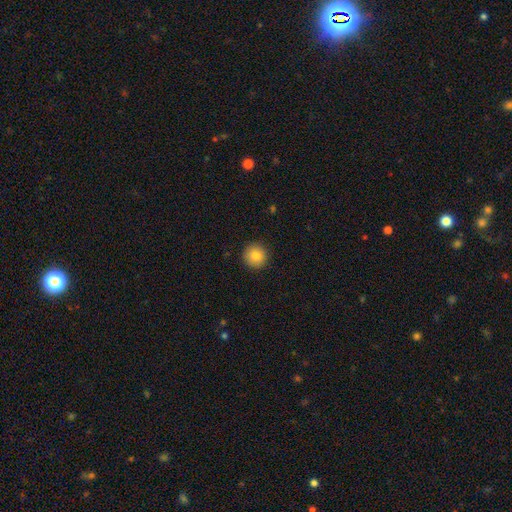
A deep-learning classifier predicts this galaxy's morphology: The model was most divided on "smooth or featured": smooth: 84%, star or artifact: 9%, featured or disk: 7%. More confident: how rounded — round (95%); merging — none (92%).